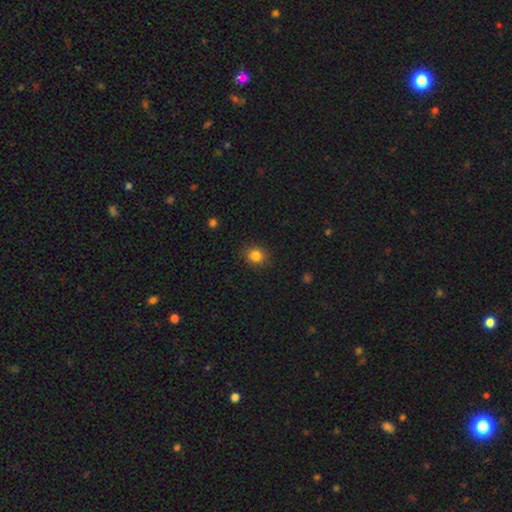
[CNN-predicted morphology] Smooth or featured? smooth (84%)
How rounded? round (79%)
Merging? none (88%)